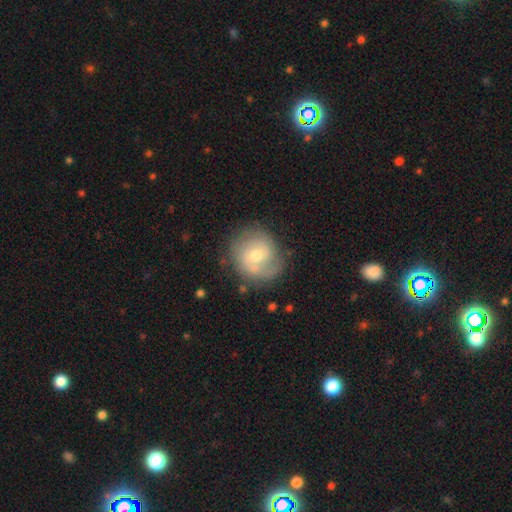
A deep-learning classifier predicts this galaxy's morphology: Smooth or featured? Predicted: featured or disk (p=0.62). Edge-on disk? Predicted: no (p=0.97). Bar? Predicted: no (p=0.61). Spiral arms? Predicted: yes (p=0.84). Spiral winding? Predicted: tight (p=0.44). Spiral arm count? Predicted: 2 (p=0.53). Bulge size? Predicted: moderate (p=0.61). Merging? Predicted: none (p=0.70).